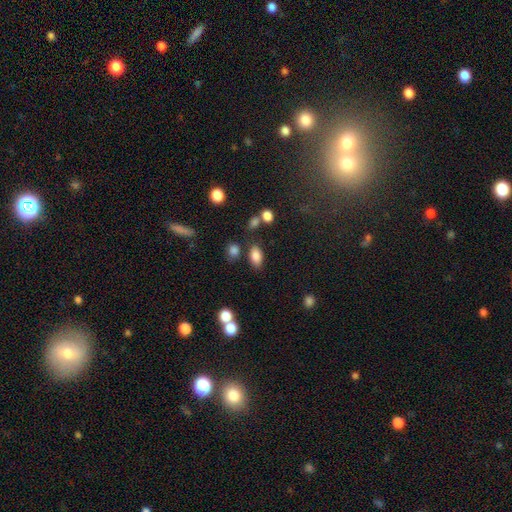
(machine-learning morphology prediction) Smooth or featured?
  - smooth: 83% *
  - star or artifact: 10%
  - featured or disk: 7%
How rounded?
  - in between: 89% *
  - round: 9%
  - cigar-shaped: 2%
Merging?
  - none: 77% *
  - minor disturbance: 12%
  - merger: 7%
  - major disturbance: 4%